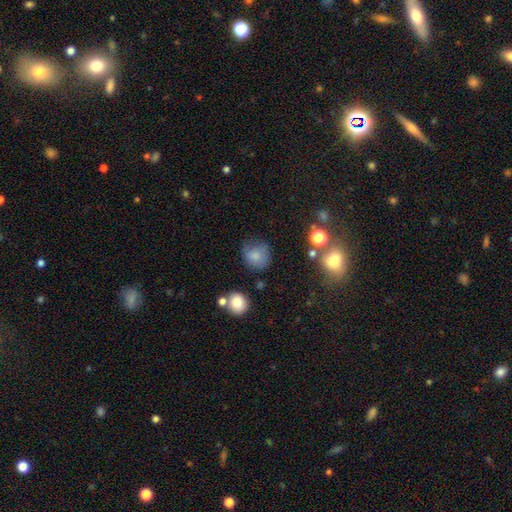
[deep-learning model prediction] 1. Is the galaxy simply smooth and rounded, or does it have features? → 79% smooth, 12% star or artifact, 9% featured or disk.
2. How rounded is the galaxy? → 81% round, 18% in between, 1% cigar-shaped.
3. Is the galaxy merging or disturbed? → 61% none, 25% minor disturbance, 10% major disturbance, 4% merger.